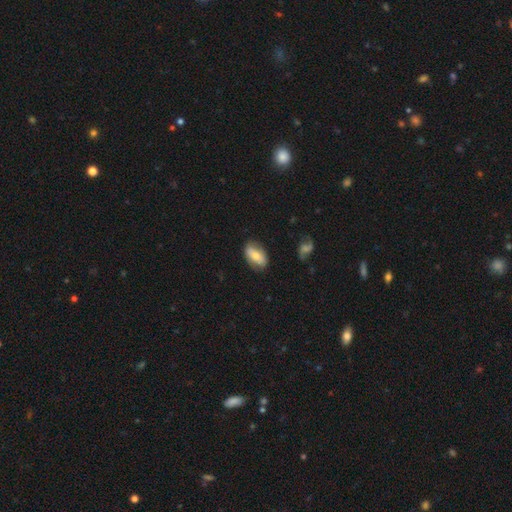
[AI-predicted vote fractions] This is likely a smooth galaxy (65%). How rounded: clearly in between (91%). Merging: likely none (76%).